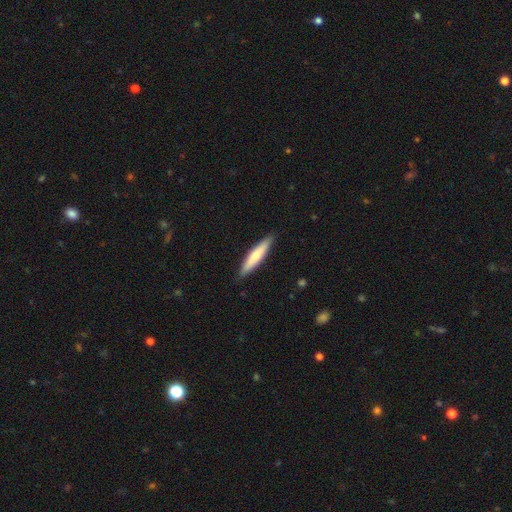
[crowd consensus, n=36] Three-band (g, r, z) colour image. It shows a smooth galaxy with no disk features (64%) that is cigar-shaped (96%). Merging: none (92%).